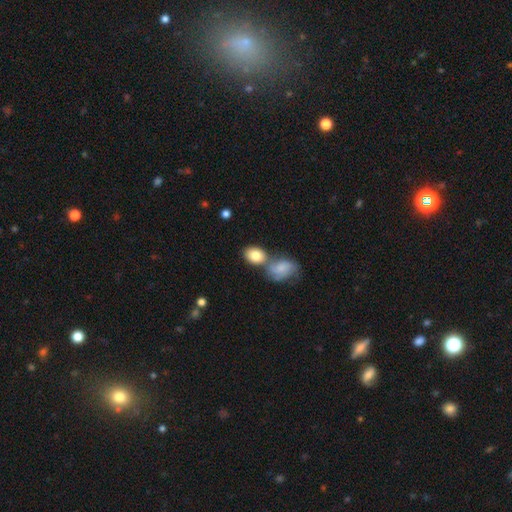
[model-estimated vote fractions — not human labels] Smooth or featured? Predicted: smooth (p=0.80). How rounded? Predicted: in between (p=0.74). Merging? Predicted: merger (p=0.43).